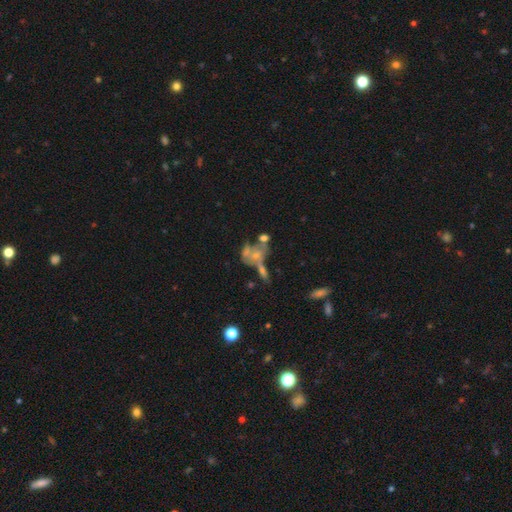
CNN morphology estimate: Smooth or featured?
  - featured or disk: 44% *
  - smooth: 41%
  - star or artifact: 15%
Merging?
  - merger: 45% *
  - none: 24%
  - major disturbance: 18%
  - minor disturbance: 13%